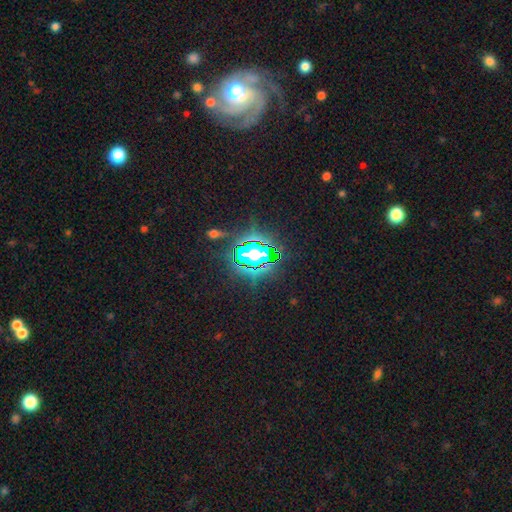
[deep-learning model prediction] A star or artifact, not a galaxy (76%).